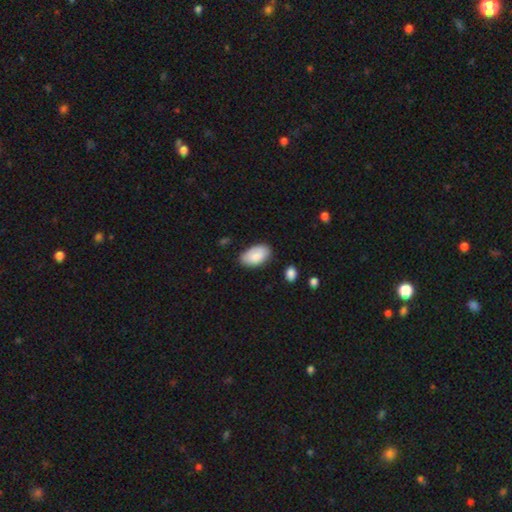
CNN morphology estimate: This appears to be a smooth galaxy with no disk features (84%) that is in between round and cigar-shaped (95%). Merging: none (75%).